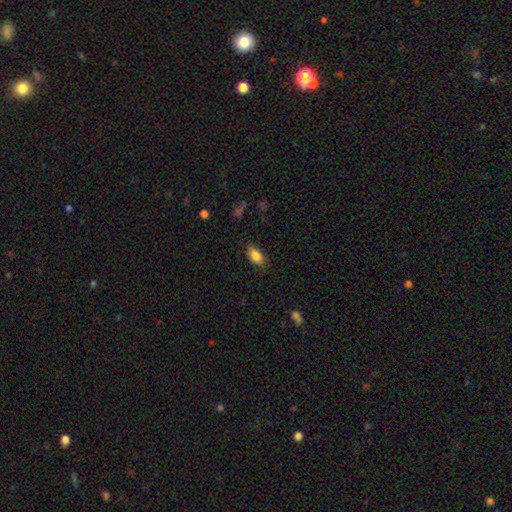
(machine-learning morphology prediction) This is clearly a smooth galaxy (86%). How rounded: clearly in between (90%). Merging: clearly none (81%).